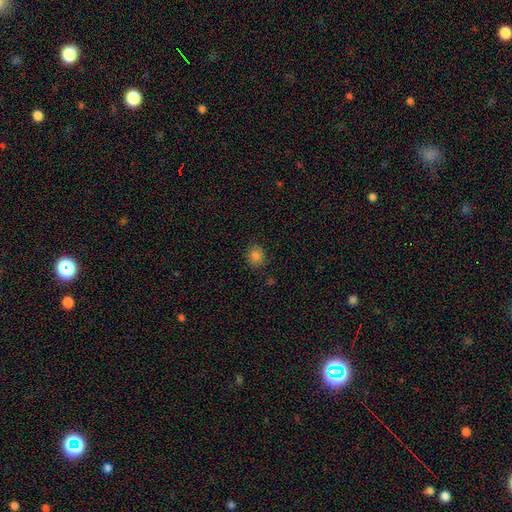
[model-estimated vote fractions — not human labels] Smooth or featured? Predicted: smooth (p=0.83). How rounded? Predicted: round (p=0.81). Merging? Predicted: none (p=0.86).